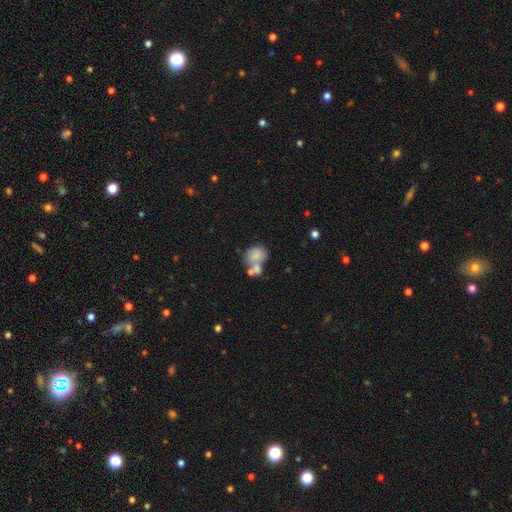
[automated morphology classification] smooth_or_featured: smooth (p=0.73) [alt: featured or disk p=0.17]
how_rounded: round (p=0.55) [alt: in between p=0.44]
merging: merger (p=0.45) [alt: none p=0.31]